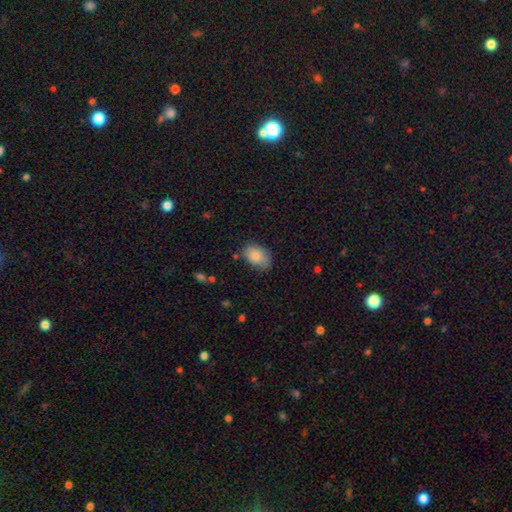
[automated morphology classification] This is clearly a smooth galaxy (85%). How rounded: clearly in between (86%). Merging: likely none (69%).